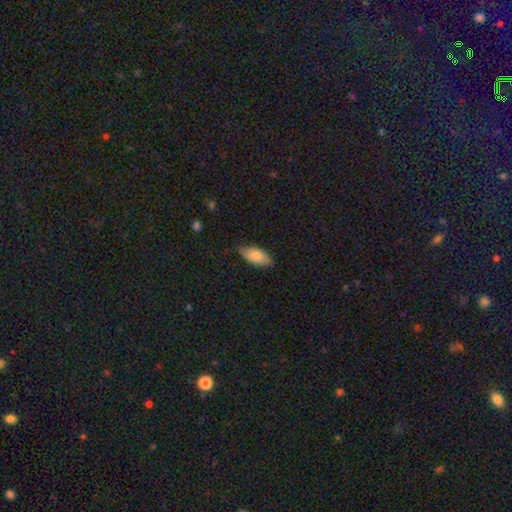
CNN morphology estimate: Smooth or featured?
  - smooth: 82% *
  - featured or disk: 12%
  - star or artifact: 6%
How rounded?
  - in between: 89% *
  - cigar-shaped: 9%
  - round: 2%
Merging?
  - none: 76% *
  - minor disturbance: 20%
  - major disturbance: 3%
  - merger: 1%